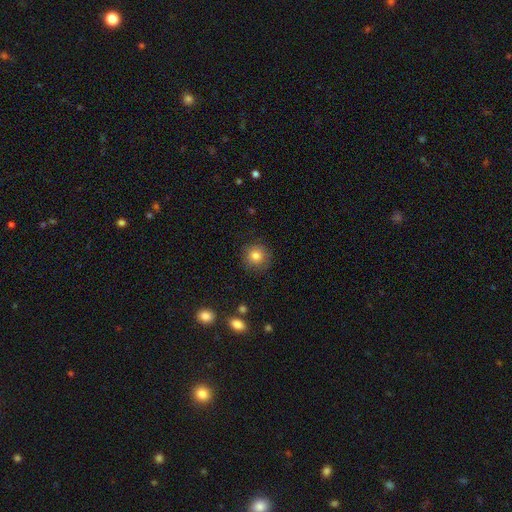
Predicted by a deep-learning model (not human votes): This is clearly a smooth galaxy (82%). How rounded: clearly round (92%). Merging: clearly none (87%).